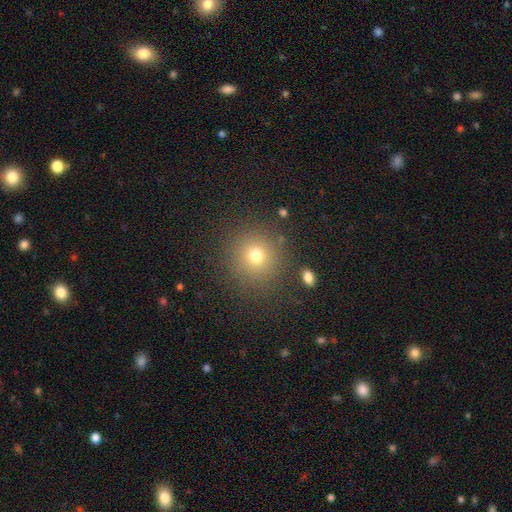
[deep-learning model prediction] This is likely a smooth galaxy (73%). How rounded: clearly round (93%). Merging: clearly none (86%).